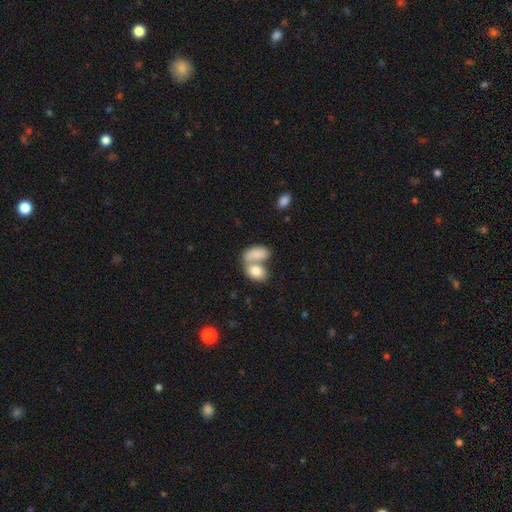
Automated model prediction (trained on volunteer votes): This is clearly a smooth galaxy (81%). How rounded: clearly in between (90%). Merging: likely merger (65%).